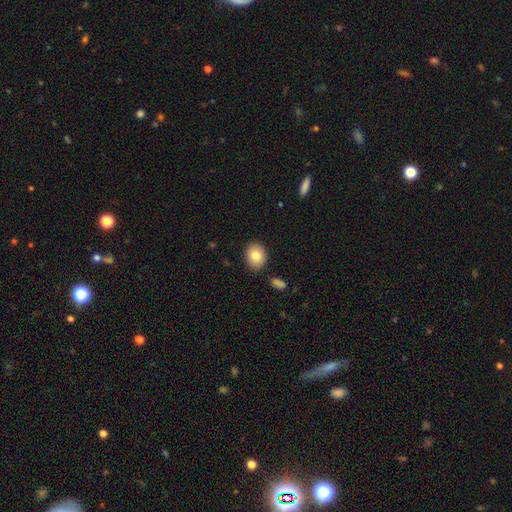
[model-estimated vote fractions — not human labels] Overall: smooth (83%). How rounded: round (54%; in between 45%). Merging: none (87%).